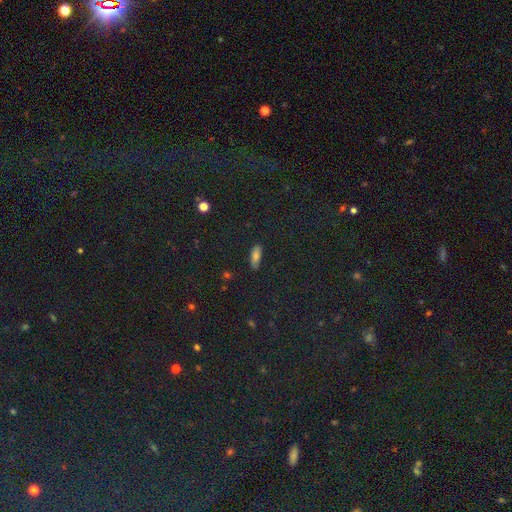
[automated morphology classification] This is likely a smooth galaxy (73%). How rounded: likely in between (67%). Merging: clearly none (87%).